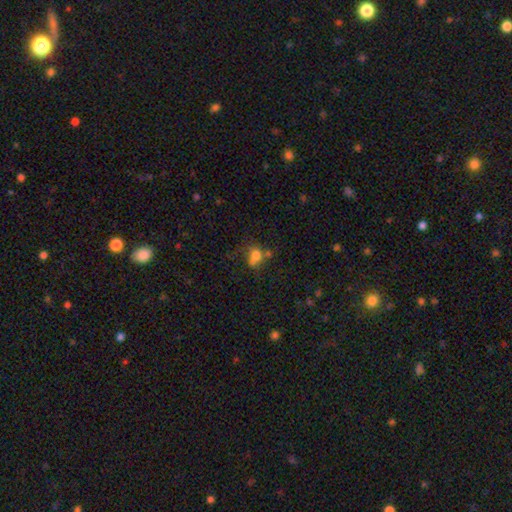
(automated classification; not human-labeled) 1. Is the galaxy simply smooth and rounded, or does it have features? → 69% smooth, 17% featured or disk, 15% star or artifact.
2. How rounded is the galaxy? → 54% in between, 44% round, 2% cigar-shaped.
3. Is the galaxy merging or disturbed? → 33% none, 29% merger, 20% minor disturbance, 17% major disturbance.